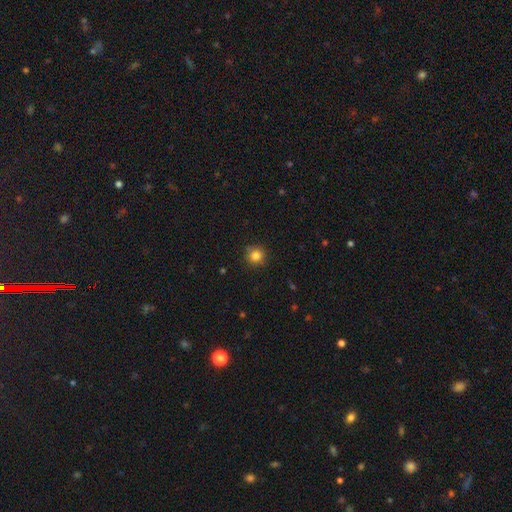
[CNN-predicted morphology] smooth_or_featured: smooth (p=0.83) [alt: star or artifact p=0.11]
how_rounded: round (p=0.93) [alt: in between p=0.06]
merging: none (p=0.89) [alt: minor disturbance p=0.08]